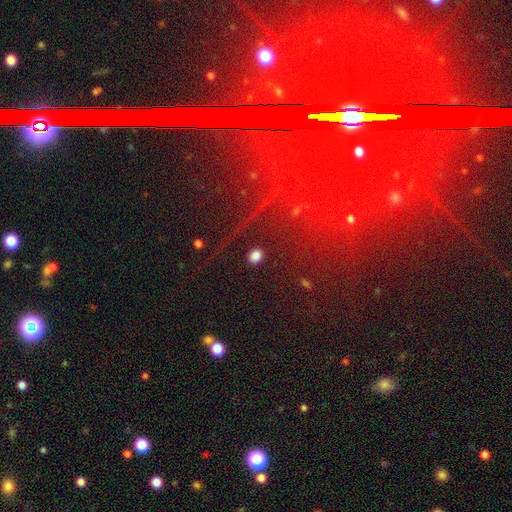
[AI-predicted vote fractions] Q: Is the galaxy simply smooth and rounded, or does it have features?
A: smooth — 82%.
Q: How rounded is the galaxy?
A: round — 65%.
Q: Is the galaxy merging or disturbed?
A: none — 88%.